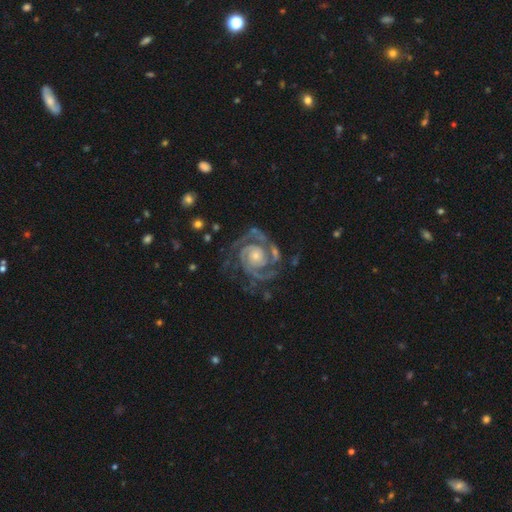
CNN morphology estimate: Smooth or featured: featured or disk — 93% (star or artifact — 5%)
Edge-on disk: no — 98% (yes — 2%)
Bar: no — 70% (weak — 21%)
Spiral arms: yes — 99% (no — 1%)
Spiral winding: tight — 68% (medium — 29%)
Spiral arm count: 2 — 75% (3 — 14%)
Bulge size: small — 58% (moderate — 35%)
Merging: none — 74% (minor disturbance — 15%)